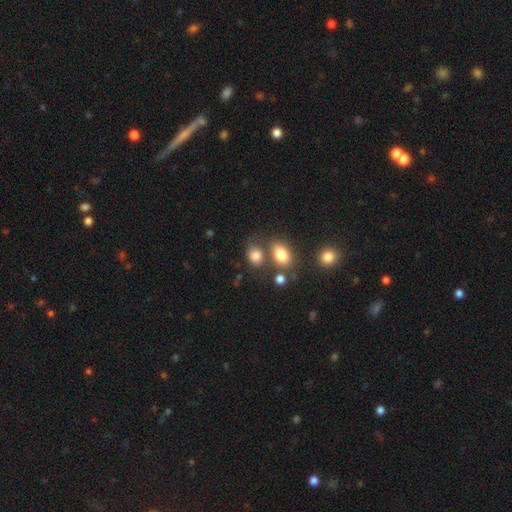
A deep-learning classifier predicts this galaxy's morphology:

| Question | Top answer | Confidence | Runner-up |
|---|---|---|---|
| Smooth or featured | smooth | 80% | star or artifact (11%) |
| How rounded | in between | 65% | round (34%) |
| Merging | none | 56% | merger (24%) |